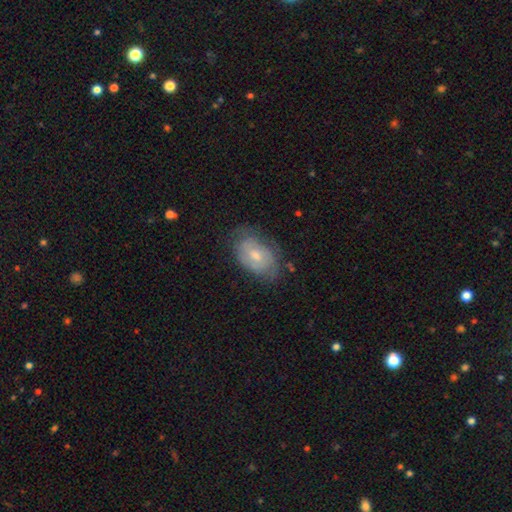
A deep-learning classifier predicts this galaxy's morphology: type=featured or disk (51%); edge-on=no (95%); merging=none (61%).